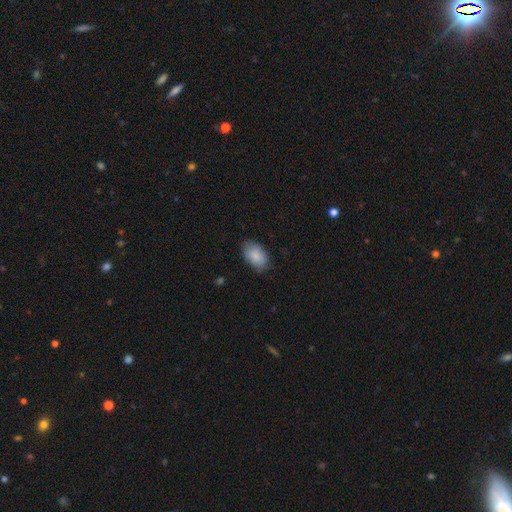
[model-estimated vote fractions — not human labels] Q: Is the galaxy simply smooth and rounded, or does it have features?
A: smooth — 85%.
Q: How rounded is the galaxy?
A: in between — 91%.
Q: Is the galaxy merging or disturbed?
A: none — 76%.